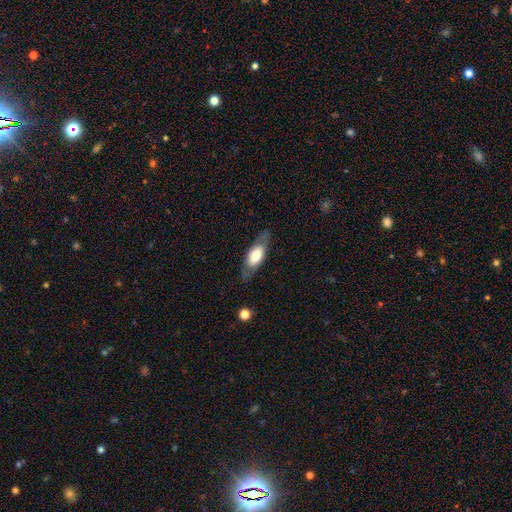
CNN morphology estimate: This appears to be a smooth galaxy with no disk features (56%) that is in between round and cigar-shaped (72%). Merging: none (76%).